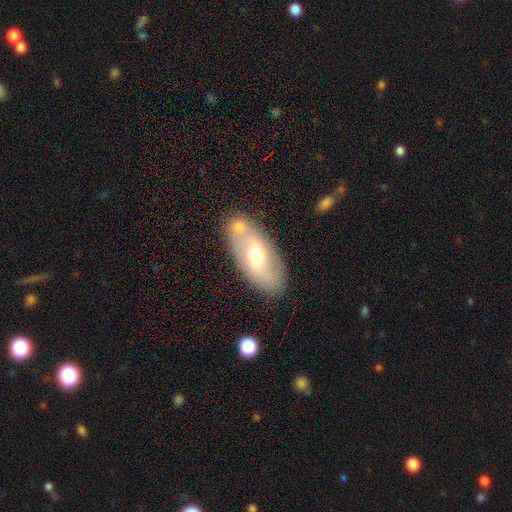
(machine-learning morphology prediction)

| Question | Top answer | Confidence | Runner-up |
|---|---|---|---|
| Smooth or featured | smooth | 49% | featured or disk (44%) |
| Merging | none | 71% | minor disturbance (14%) |